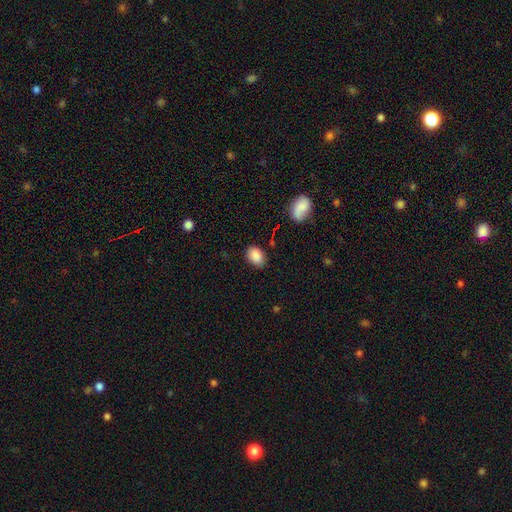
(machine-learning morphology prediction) A smooth galaxy with no disk features (88%) that is in between round and cigar-shaped (78%). Merging: none (84%).